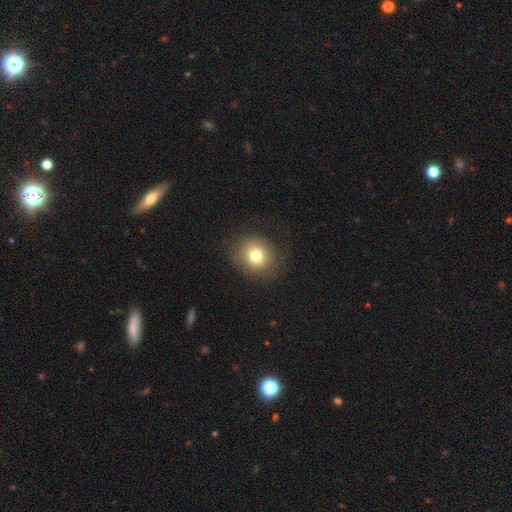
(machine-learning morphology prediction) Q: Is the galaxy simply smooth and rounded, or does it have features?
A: smooth — 75%.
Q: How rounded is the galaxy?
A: round — 86%.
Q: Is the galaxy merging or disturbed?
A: none — 82%.